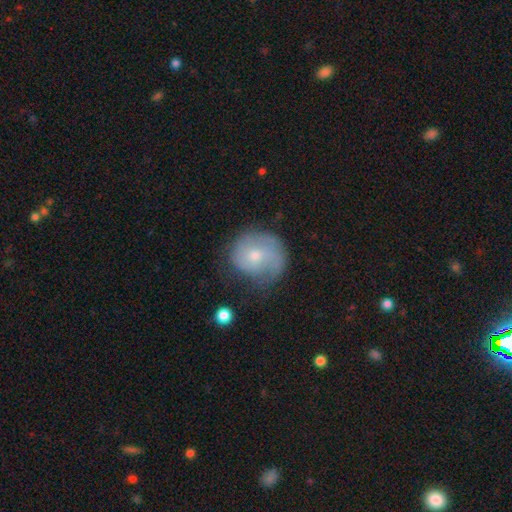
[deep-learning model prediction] A featured or disk galaxy (53%) with no bar (74%), spiral arms (79%) and a small central bulge (54%). Merging: none (56%).